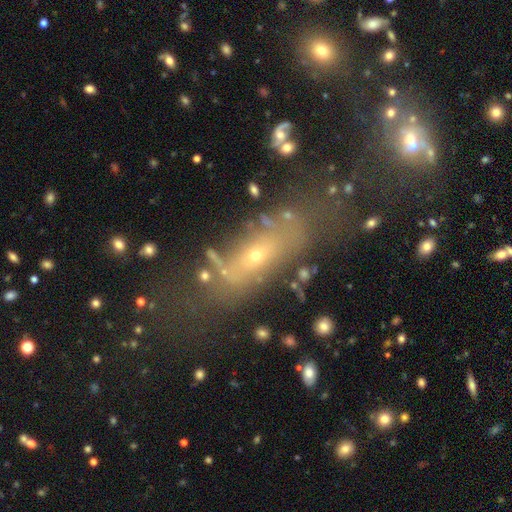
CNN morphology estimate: A smooth galaxy with no disk features (39%). Merging: none (63%).